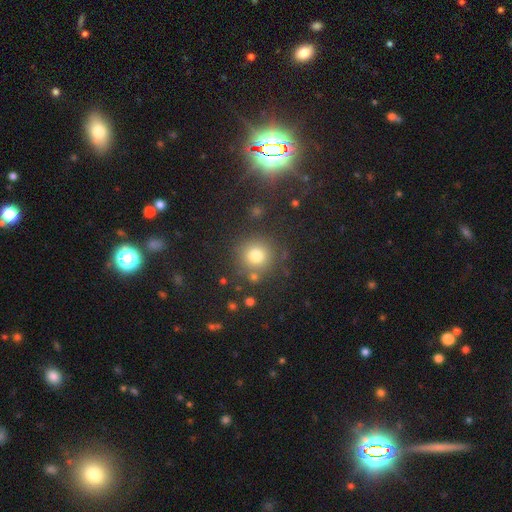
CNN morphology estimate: Overall: smooth (77%). How rounded: round (93%). Merging: none (80%).